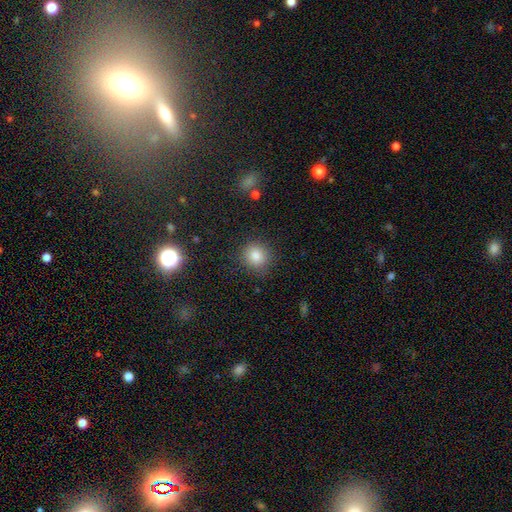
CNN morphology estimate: This is clearly a smooth galaxy (82%). How rounded: clearly round (87%). Merging: clearly none (87%).